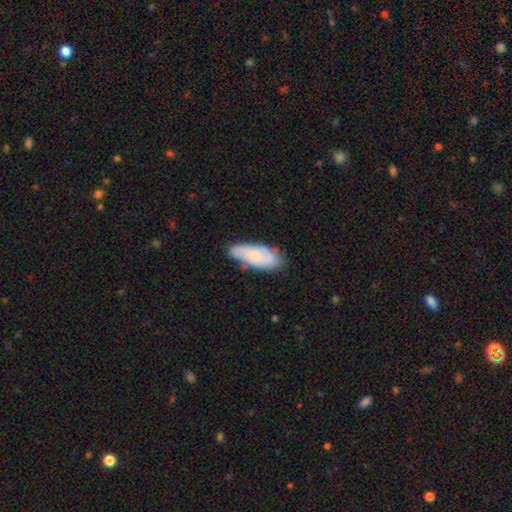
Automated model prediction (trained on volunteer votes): Overall: smooth (51%; featured or disk 43%). How rounded: in between (76%). Merging: none (71%).